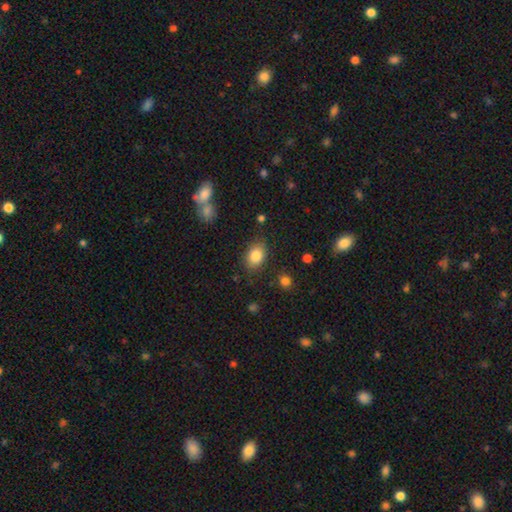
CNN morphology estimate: This appears to be a smooth galaxy with no disk features (84%) that is in between round and cigar-shaped (77%). Merging: none (82%).